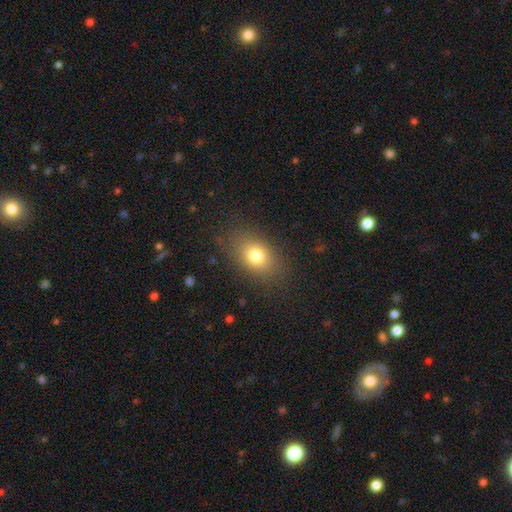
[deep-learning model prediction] This appears to be a smooth galaxy with no disk features (77%) that is in between round and cigar-shaped (73%). Merging: none (82%).